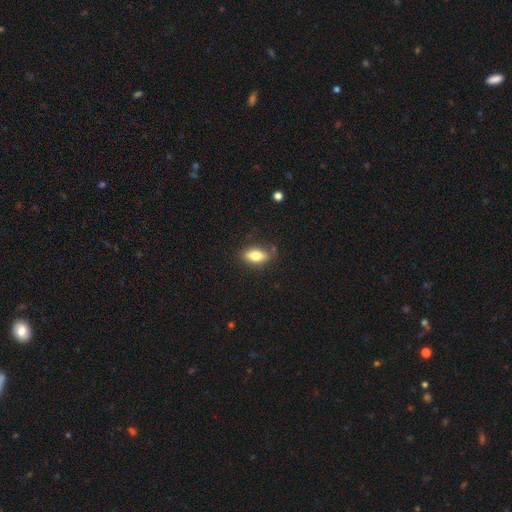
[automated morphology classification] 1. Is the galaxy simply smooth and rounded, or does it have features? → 79% smooth, 13% featured or disk, 8% star or artifact.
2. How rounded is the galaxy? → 84% in between, 11% cigar-shaped, 5% round.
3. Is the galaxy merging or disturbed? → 79% none, 15% minor disturbance, 4% major disturbance, 3% merger.